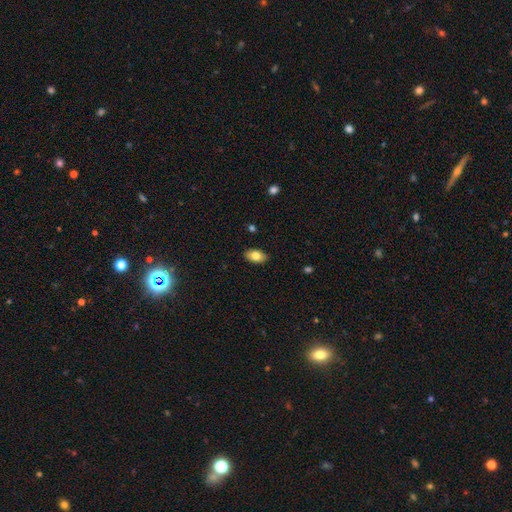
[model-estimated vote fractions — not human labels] Smooth or featured: smooth — 80% (featured or disk — 13%)
How rounded: in between — 92% (round — 6%)
Merging: none — 88% (minor disturbance — 9%)